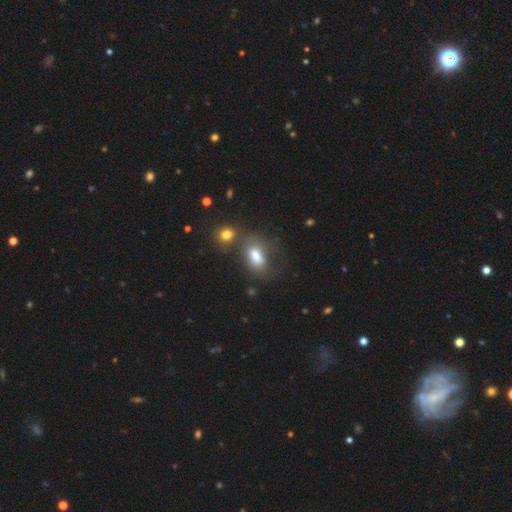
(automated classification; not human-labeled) A smooth galaxy with no disk features (74%) that is in between round and cigar-shaped (86%). Merging: none (45%).